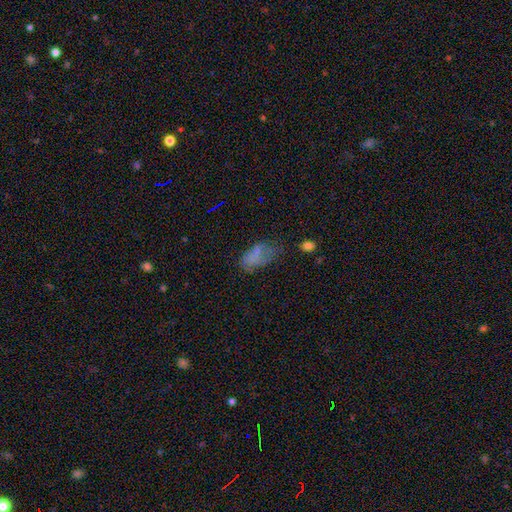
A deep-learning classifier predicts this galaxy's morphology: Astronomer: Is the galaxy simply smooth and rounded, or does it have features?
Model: smooth — 63%.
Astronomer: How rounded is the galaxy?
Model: in between — 91%.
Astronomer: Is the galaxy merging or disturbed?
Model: none — 37% (runner-up: minor disturbance, 29%).